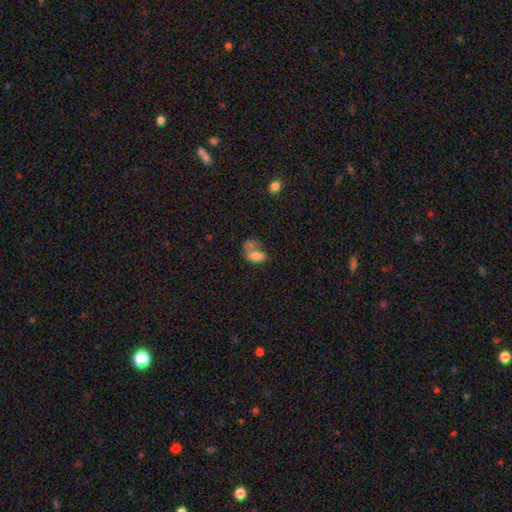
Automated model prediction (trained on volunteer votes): Q: Smooth or featured?
A: smooth (77%); runner-up: featured or disk (13%)
Q: How rounded?
A: in between (88%); runner-up: round (8%)
Q: Merging?
A: merger (50%); runner-up: none (25%)